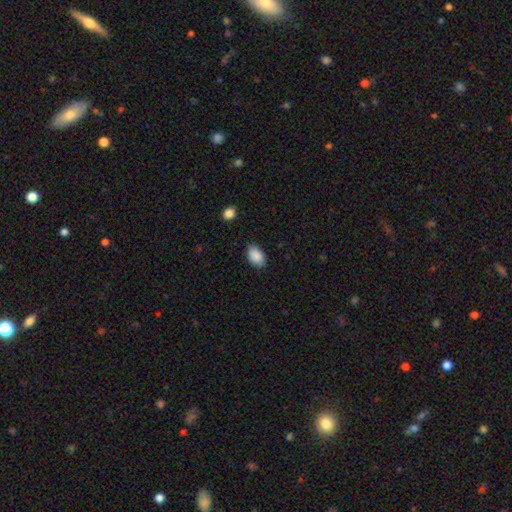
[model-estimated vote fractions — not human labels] Q: Smooth or featured?
A: smooth (90%); runner-up: star or artifact (7%)
Q: How rounded?
A: in between (90%); runner-up: round (9%)
Q: Merging?
A: none (82%); runner-up: minor disturbance (14%)